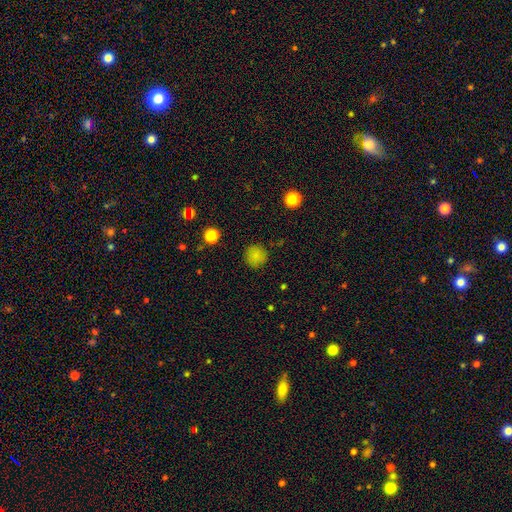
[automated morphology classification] smooth_or_featured: smooth (p=0.83) [alt: star or artifact p=0.12]
how_rounded: round (p=0.93) [alt: in between p=0.06]
merging: none (p=0.88) [alt: minor disturbance p=0.08]